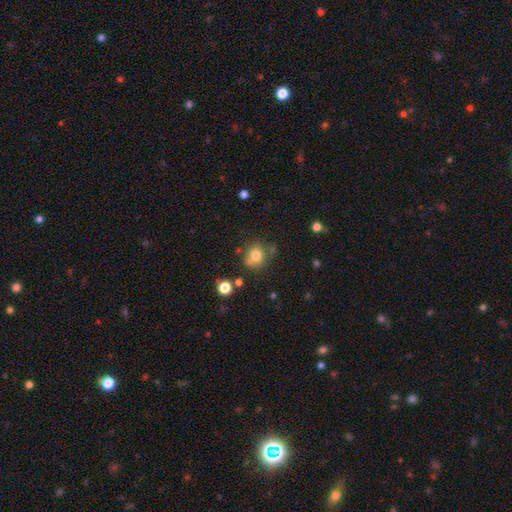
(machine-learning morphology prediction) Smooth or featured? smooth (78%)
How rounded? round (80%)
Merging? none (67%)